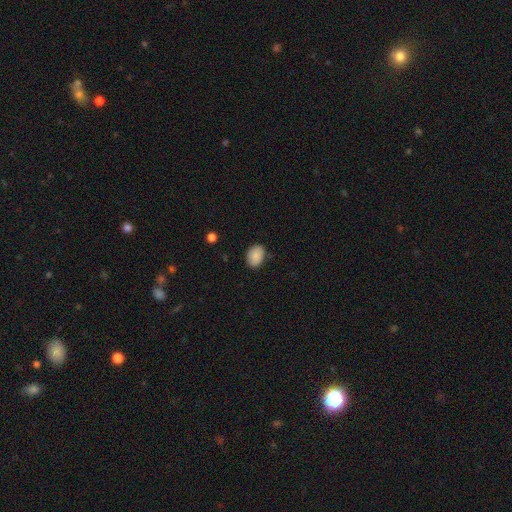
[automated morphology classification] A smooth galaxy with no disk features (88%) that is in between round and cigar-shaped (74%).

Vote fractions:
- Smooth or featured? smooth: 88% / star or artifact: 8% / featured or disk: 4%
- How rounded? in between: 74% / round: 25% / cigar-shaped: 1%
- Merging? none: 81% / minor disturbance: 15% / major disturbance: 3% / merger: 1%